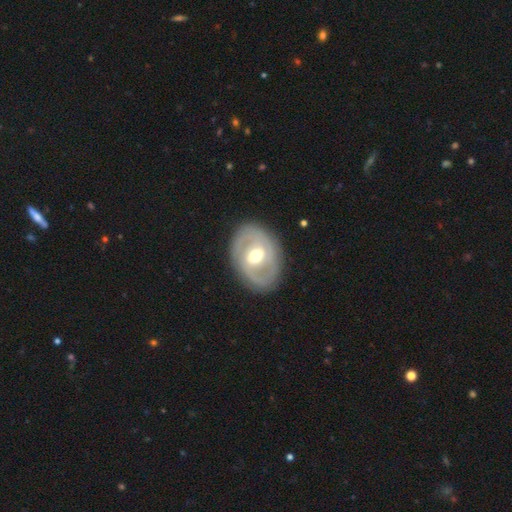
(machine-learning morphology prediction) This appears to be a featured or disk galaxy (75%) with a weak bar (46%), spiral arms (68%) and a moderate central bulge (75%). Merging: none (83%).